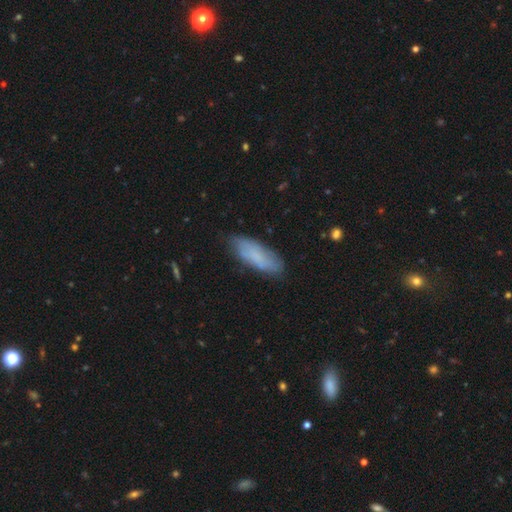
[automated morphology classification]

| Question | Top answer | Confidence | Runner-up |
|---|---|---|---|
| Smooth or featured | smooth | 73% | featured or disk (20%) |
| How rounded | in between | 62% | cigar-shaped (37%) |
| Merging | none | 77% | minor disturbance (17%) |